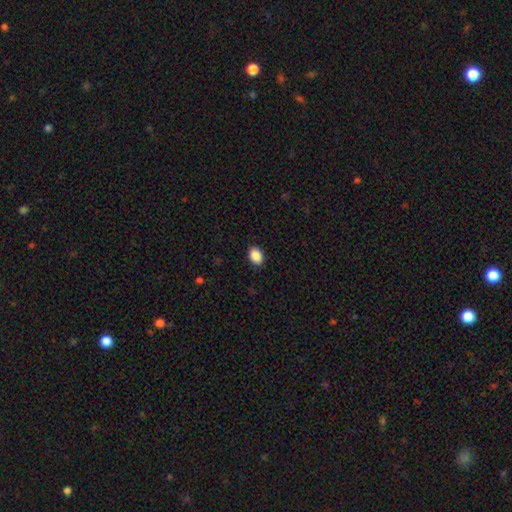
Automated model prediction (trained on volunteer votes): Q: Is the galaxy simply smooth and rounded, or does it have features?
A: smooth — 89%.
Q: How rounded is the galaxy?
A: in between — 76%.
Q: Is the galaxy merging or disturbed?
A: none — 89%.